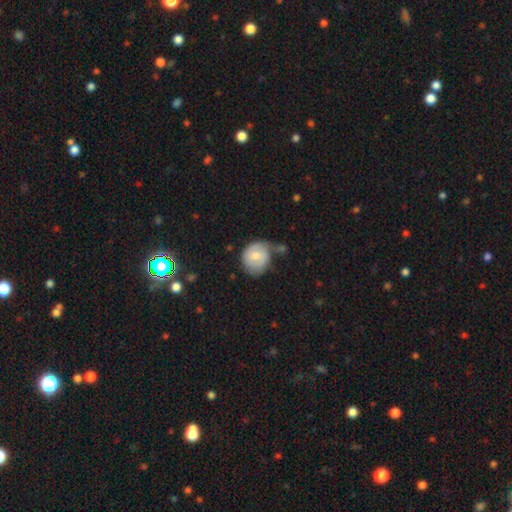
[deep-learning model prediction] Overall: smooth (51%; featured or disk 43%). How rounded: round (73%). Merging: none (48%; minor disturbance 30%).